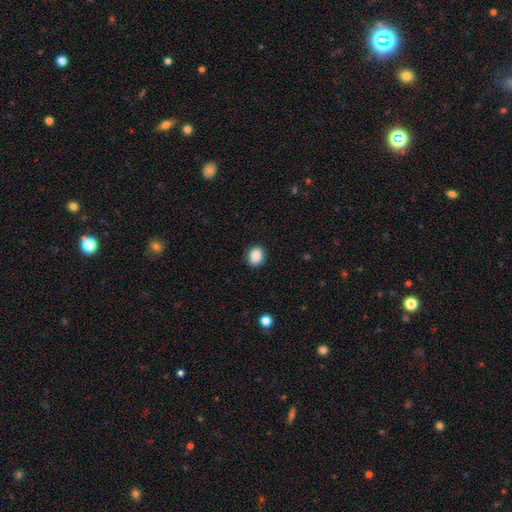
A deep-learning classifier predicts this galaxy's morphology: smooth 89%, star or artifact 8%, featured or disk 3%. Down the decision tree: how rounded — round (50%); merging — none (87%).